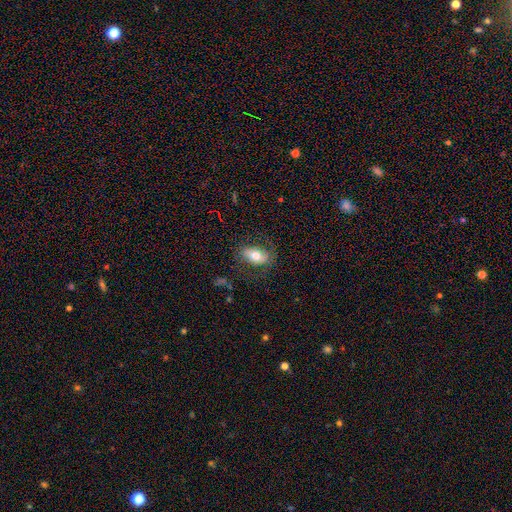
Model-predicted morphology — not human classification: smooth 66%, featured or disk 26%, star or artifact 8%. Down the decision tree: how rounded — in between (87%); merging — none (70%).